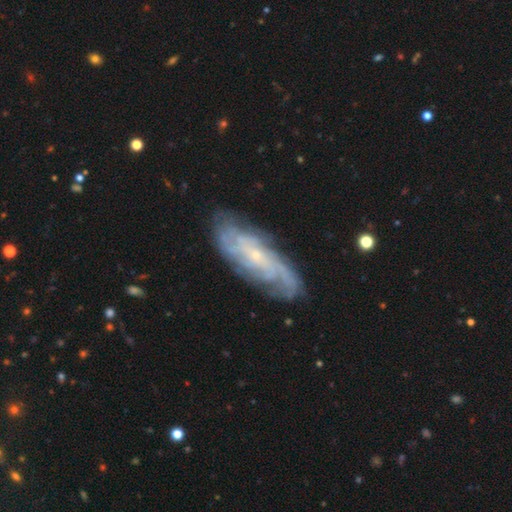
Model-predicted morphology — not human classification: Smooth or featured: featured or disk — 81% (smooth — 13%)
Edge-on disk: no — 87% (yes — 13%)
Bar: no — 68% (weak — 26%)
Spiral arms: yes — 93% (no — 7%)
Spiral winding: tight — 61% (medium — 30%)
Spiral arm count: can't tell — 45% (2 — 15%)
Bulge size: small — 81% (moderate — 14%)
Merging: none — 78% (minor disturbance — 16%)